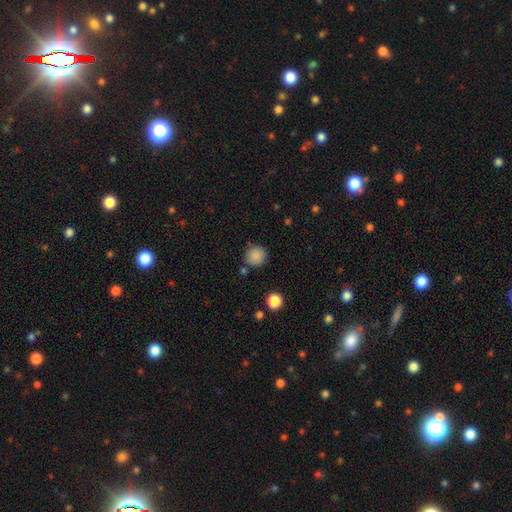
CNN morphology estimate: Smooth or featured? smooth (87%)
How rounded? round (92%)
Merging? none (83%)